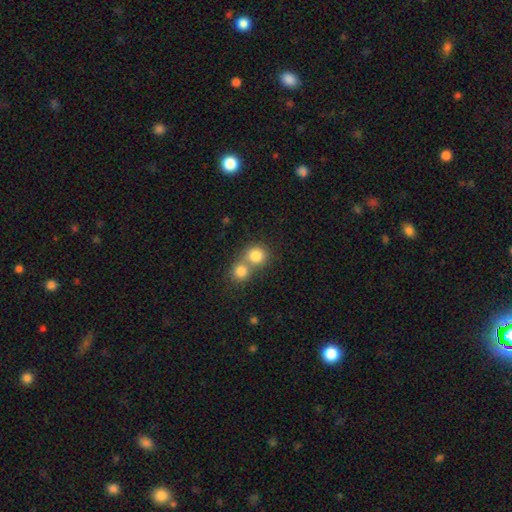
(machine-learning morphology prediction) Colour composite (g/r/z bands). It shows a smooth galaxy with no disk features (80%) that is round (87%). Merging: merger (51%).